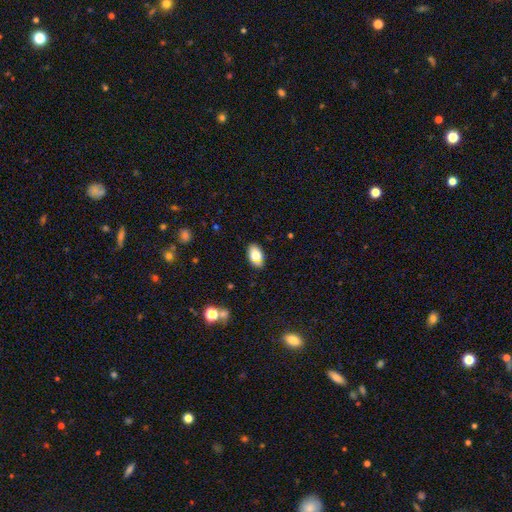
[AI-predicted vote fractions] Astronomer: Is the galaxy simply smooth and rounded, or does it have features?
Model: smooth — 76%.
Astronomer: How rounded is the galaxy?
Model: in between — 89%.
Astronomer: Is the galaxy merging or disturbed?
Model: none — 81%.